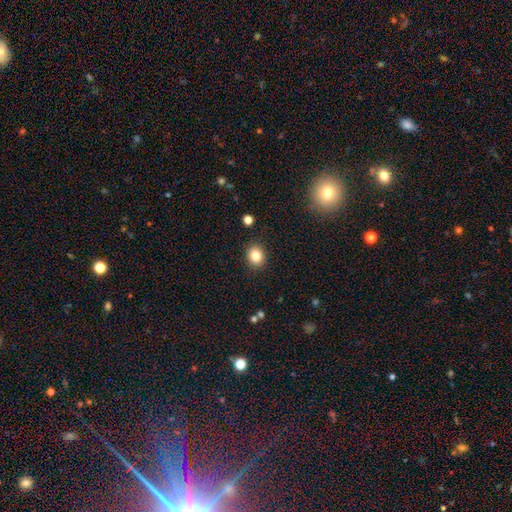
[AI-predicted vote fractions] The model was most divided on "how rounded": round: 69%, in between: 30%, cigar-shaped: 1%. More confident: merging — none (90%); smooth or featured — smooth (83%).